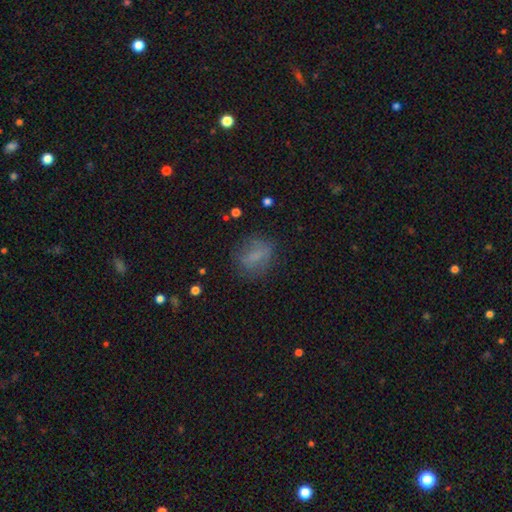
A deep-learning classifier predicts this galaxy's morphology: Q: Smooth or featured?
A: smooth (68%); runner-up: featured or disk (19%)
Q: How rounded?
A: in between (56%); runner-up: round (39%)
Q: Merging?
A: none (72%); runner-up: minor disturbance (17%)